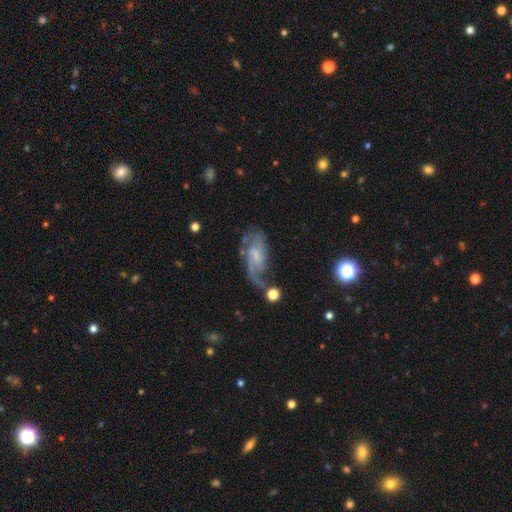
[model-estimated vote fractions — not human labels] Morphology: type=featured or disk (80%); edge-on=no (95%); bar=weak (47%); spiral arms=yes (93%); winding=medium (48%); arm count=2 (57%); bulge=small (44%); merging=none (51%).